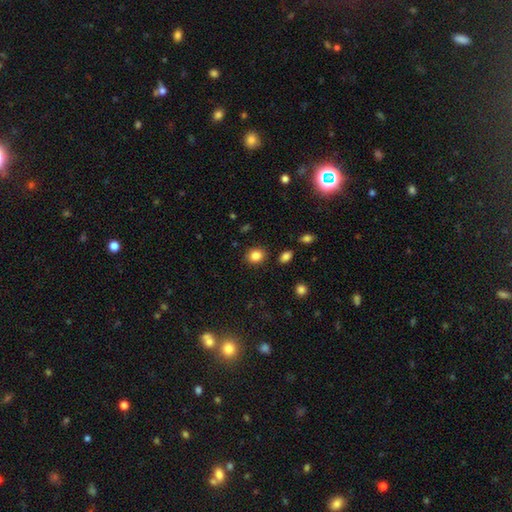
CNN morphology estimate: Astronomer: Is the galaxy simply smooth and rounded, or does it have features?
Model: smooth — 85%.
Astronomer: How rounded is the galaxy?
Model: round — 68%.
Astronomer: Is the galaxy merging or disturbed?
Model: none — 87%.